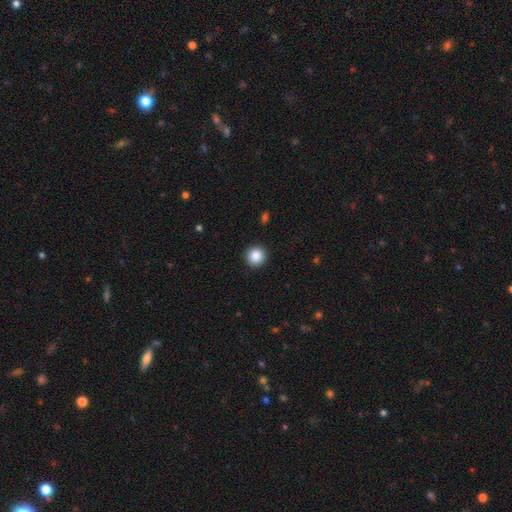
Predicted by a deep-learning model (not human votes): The model was most divided on "smooth or featured": smooth: 88%, star or artifact: 9%, featured or disk: 3%. More confident: how rounded — round (94%); merging — none (92%).